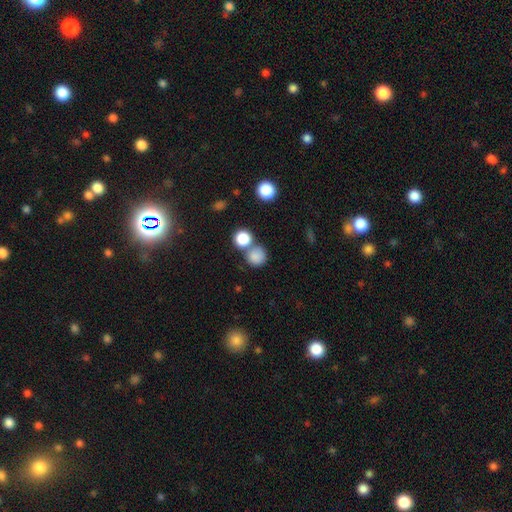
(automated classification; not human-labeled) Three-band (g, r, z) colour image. It shows a smooth galaxy with no disk features (82%) that is round (89%). Merging: none (56%).